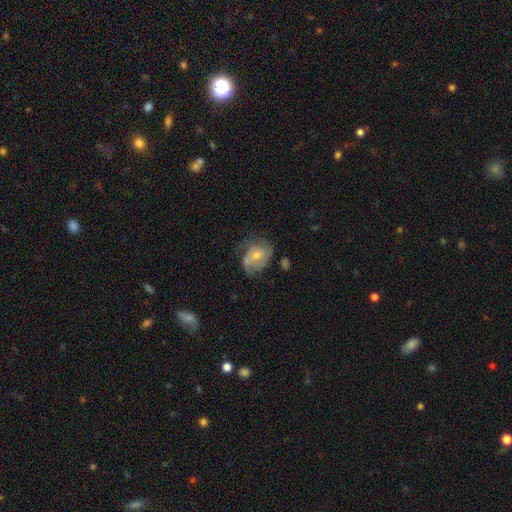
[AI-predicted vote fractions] Smooth or featured?
  - featured or disk: 59% *
  - smooth: 34%
  - star or artifact: 7%
Edge-on disk?
  - no: 97% *
  - yes: 3%
Bar?
  - no: 67% *
  - weak: 29%
  - strong: 4%
Spiral arms?
  - yes: 79% *
  - no: 21%
Bulge size?
  - moderate: 48% *
  - small: 45%
  - none: 3%
  - large: 3%
  - dominant: 1%
Merging?
  - none: 49% *
  - minor disturbance: 29%
  - major disturbance: 19%
  - merger: 3%